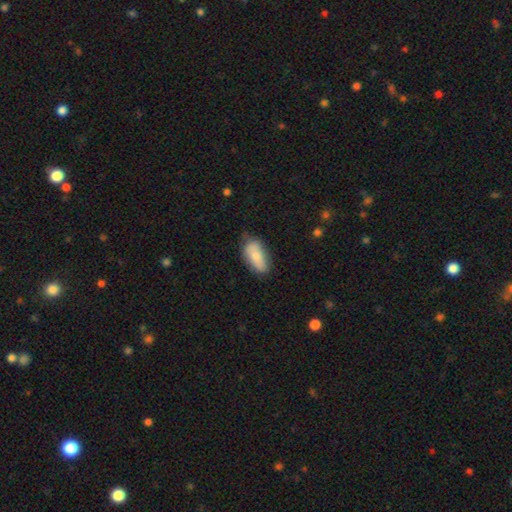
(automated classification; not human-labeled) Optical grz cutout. It shows a smooth galaxy with no disk features (75%) that is in between round and cigar-shaped (89%). Merging: none (66%).